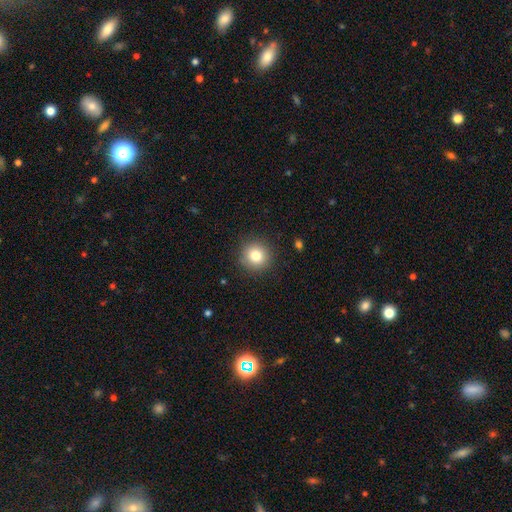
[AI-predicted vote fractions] Q: Smooth or featured?
A: smooth (81%); runner-up: star or artifact (11%)
Q: How rounded?
A: round (94%); runner-up: in between (6%)
Q: Merging?
A: none (91%); runner-up: minor disturbance (6%)